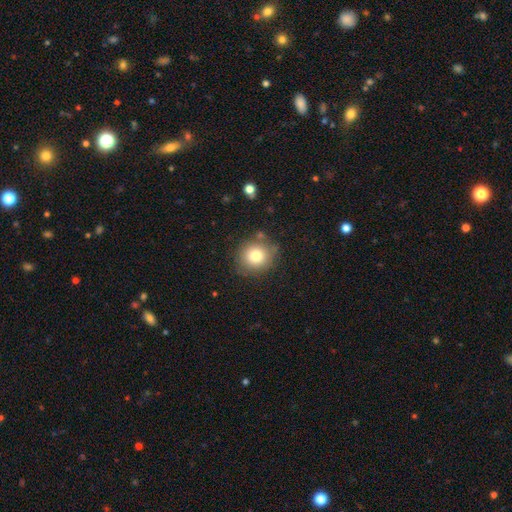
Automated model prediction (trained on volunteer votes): Morphology: type=smooth (79%); roundness=round (88%); merging=none (81%).